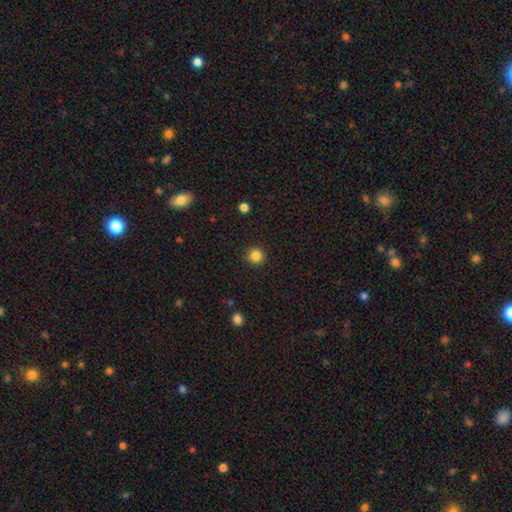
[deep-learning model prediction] Smooth or featured: smooth — 84% (star or artifact — 12%)
How rounded: round — 94% (in between — 5%)
Merging: none — 91% (minor disturbance — 6%)